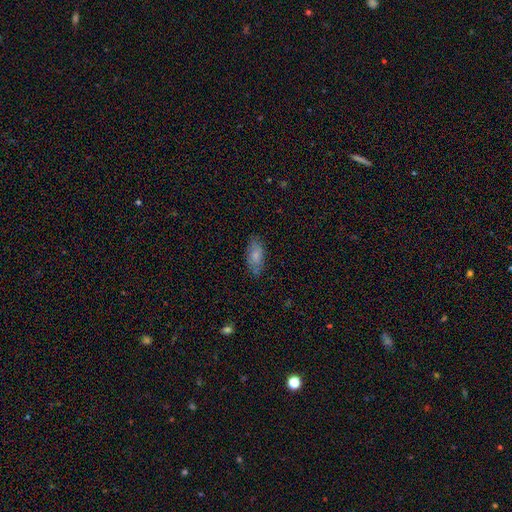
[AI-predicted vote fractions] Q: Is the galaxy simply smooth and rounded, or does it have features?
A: smooth — 74%.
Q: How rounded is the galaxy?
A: in between — 86%.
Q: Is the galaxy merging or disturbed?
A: none — 77%.